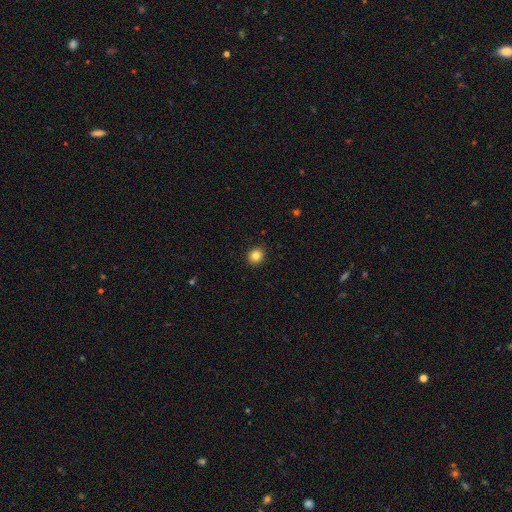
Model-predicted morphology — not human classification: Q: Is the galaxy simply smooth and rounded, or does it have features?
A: smooth — 84%.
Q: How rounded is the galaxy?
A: round — 82%.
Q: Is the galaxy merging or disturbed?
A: none — 92%.